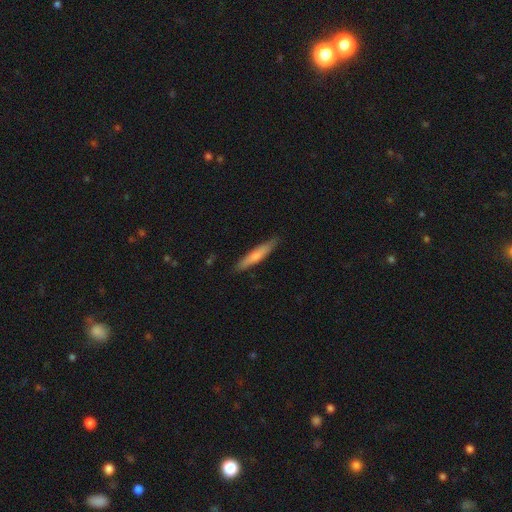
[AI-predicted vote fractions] Smooth or featured? smooth (68%)
How rounded? cigar-shaped (91%)
Merging? none (87%)